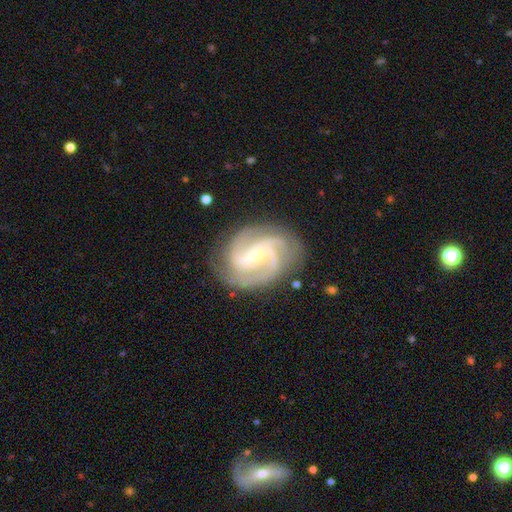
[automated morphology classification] This is clearly a featured or disk galaxy (92%). It is clearly not viewed edge-on (98%). Bar: marginally weak (45%). Spiral arm pattern: clearly yes (98%). Spiral arm count: possibly 3 (49%). Spiral winding: possibly medium (49%). Central bulge: likely small (71%). Merging: likely none (79%).